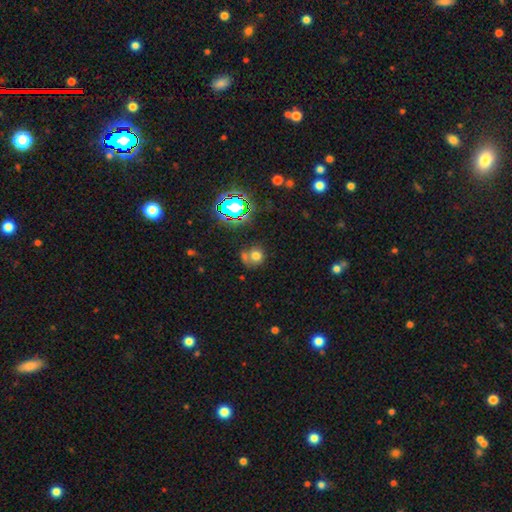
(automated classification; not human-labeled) smooth_or_featured: smooth (p=0.68) [alt: star or artifact p=0.20]
how_rounded: round (p=0.84) [alt: in between p=0.15]
merging: none (p=0.50) [alt: merger p=0.31]